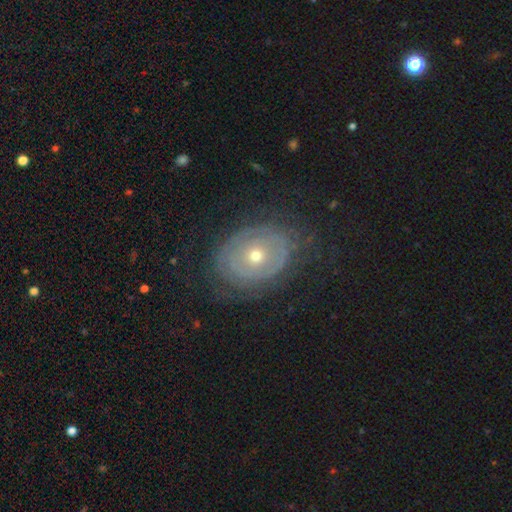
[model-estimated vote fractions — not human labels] Smooth or featured? Predicted: featured or disk (p=0.70). Edge-on disk? Predicted: no (p=0.95). Bar? Predicted: no (p=0.88). Spiral arms? Predicted: yes (p=0.57). Bulge size? Predicted: moderate (p=0.50). Merging? Predicted: none (p=0.76).